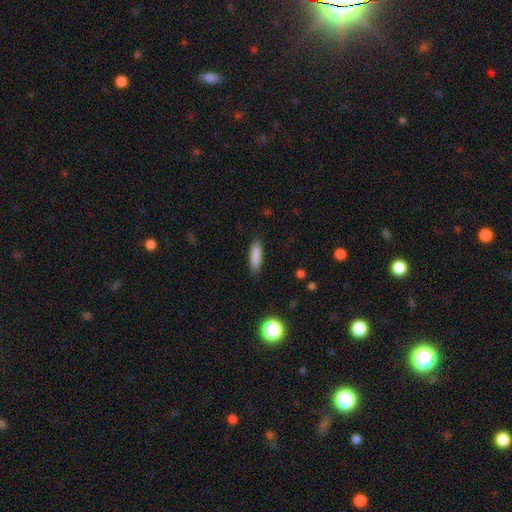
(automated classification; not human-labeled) This appears to be a smooth galaxy with no disk features (86%) that is cigar-shaped (62%). Merging: none (87%).